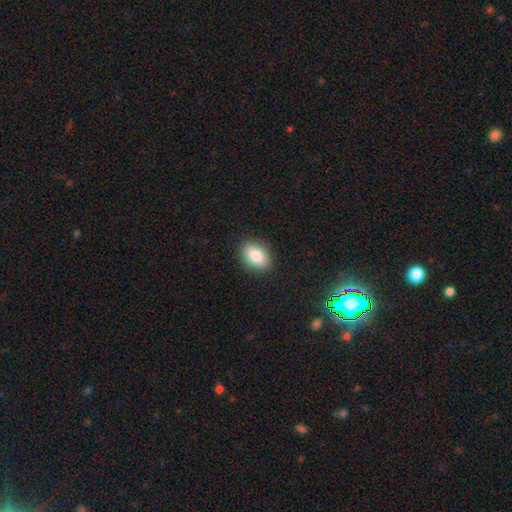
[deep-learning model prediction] smooth 83%, featured or disk 9%, star or artifact 8%. Down the decision tree: how rounded — in between (81%); merging — none (89%).